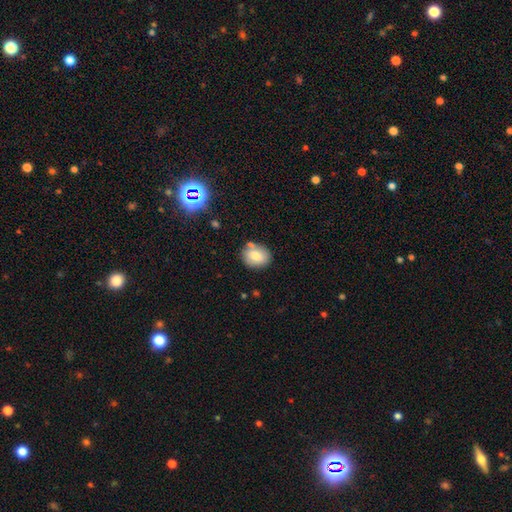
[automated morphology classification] A smooth galaxy with no disk features (75%) that is round (54%).

Vote fractions:
- Smooth or featured? smooth: 75% / featured or disk: 15% / star or artifact: 9%
- How rounded? round: 54% / in between: 45% / cigar-shaped: 1%
- Merging? none: 72% / minor disturbance: 15% / merger: 10% / major disturbance: 3%